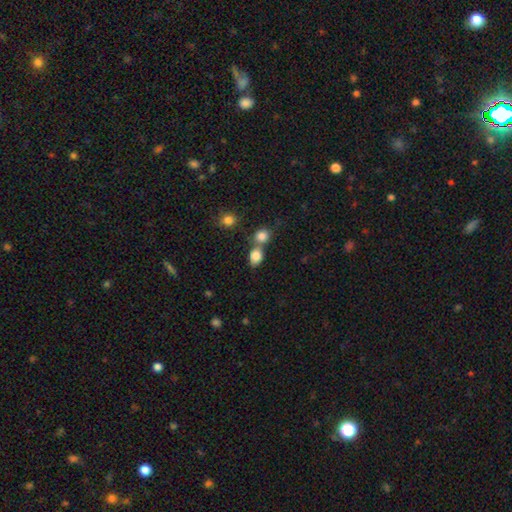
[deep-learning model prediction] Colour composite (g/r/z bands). It shows a smooth galaxy with no disk features (83%) that is in between round and cigar-shaped (58%). Merging: none (47%).